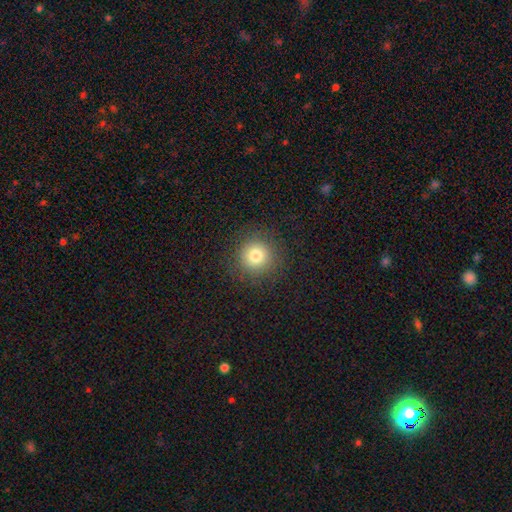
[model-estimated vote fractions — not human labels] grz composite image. It shows a smooth galaxy with no disk features (79%) that is round (94%). Merging: none (88%).